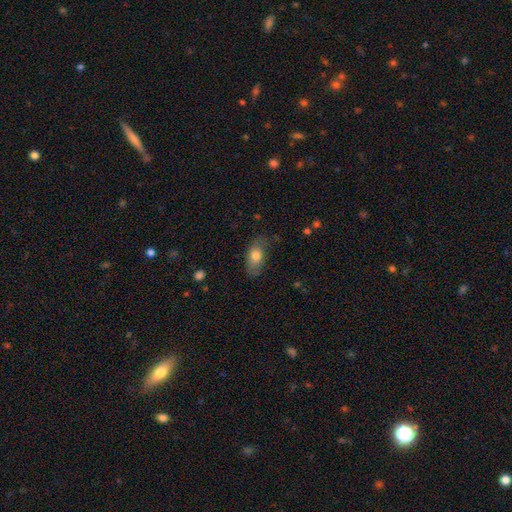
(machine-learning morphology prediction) The model was most divided on "merging": none: 64%, minor disturbance: 26%, major disturbance: 9%, merger: 2%. More confident: how rounded — in between (89%); smooth or featured — smooth (78%).